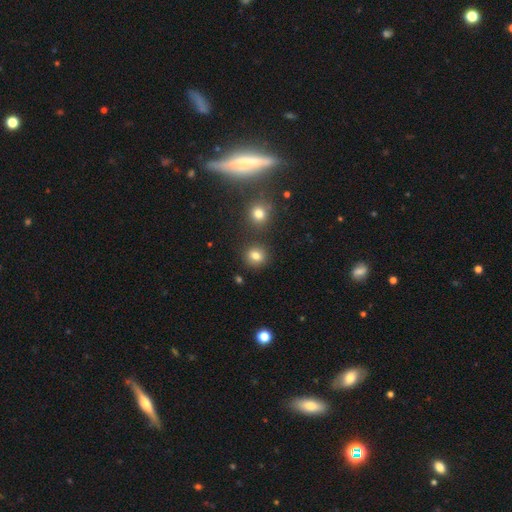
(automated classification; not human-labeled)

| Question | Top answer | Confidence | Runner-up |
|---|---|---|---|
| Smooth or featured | smooth | 78% | star or artifact (15%) |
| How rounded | round | 84% | in between (15%) |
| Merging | none | 83% | minor disturbance (8%) |